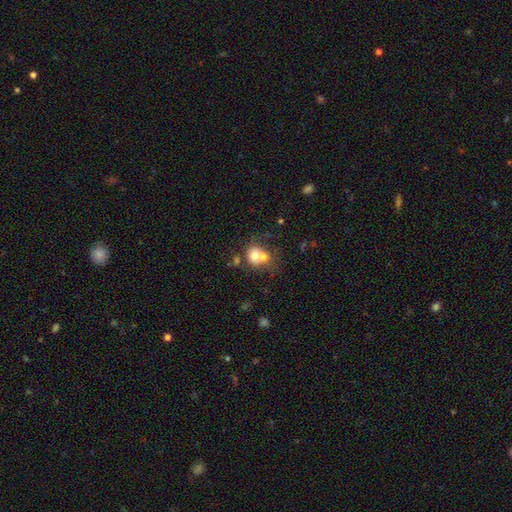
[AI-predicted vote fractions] smooth_or_featured: smooth (p=0.68) [alt: featured or disk p=0.21]
how_rounded: round (p=0.69) [alt: in between p=0.30]
merging: merger (p=0.57) [alt: none p=0.29]